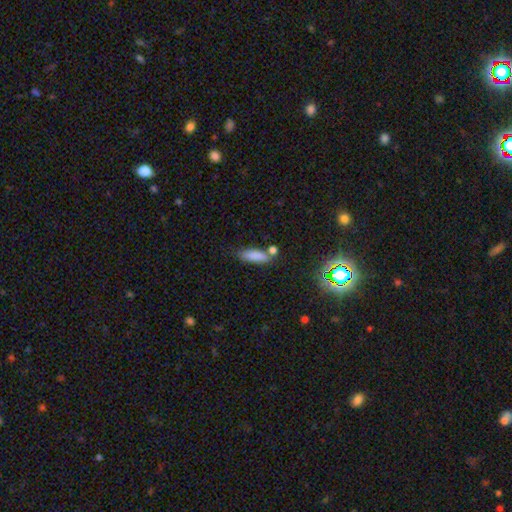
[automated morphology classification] A smooth galaxy with no disk features (83%) that is in between round and cigar-shaped (55%). Merging: none (61%).